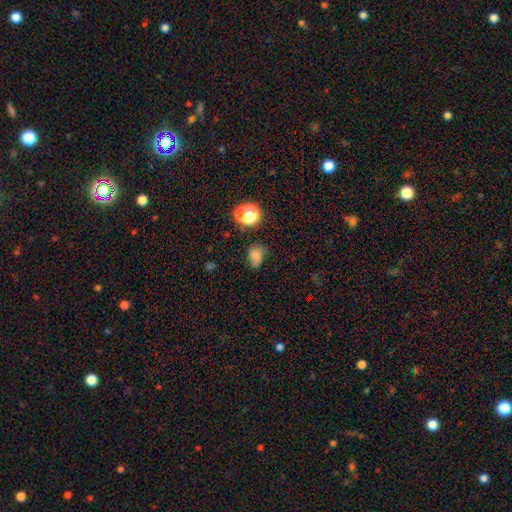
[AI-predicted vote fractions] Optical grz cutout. It shows a smooth galaxy with no disk features (72%) that is in between round and cigar-shaped (58%). Merging: none (58%).